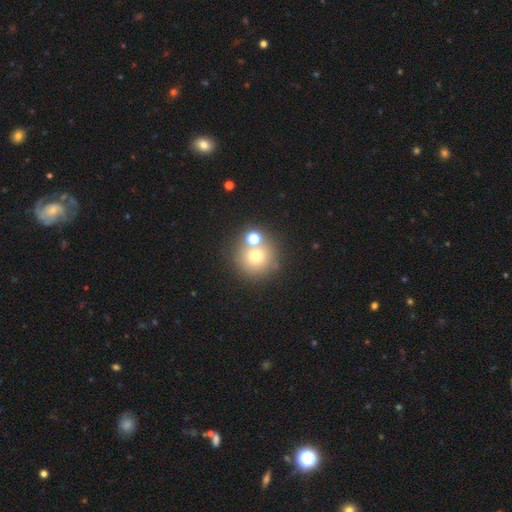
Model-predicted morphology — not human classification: A smooth galaxy with no disk features (68%) that is round (93%). Merging: none (63%).